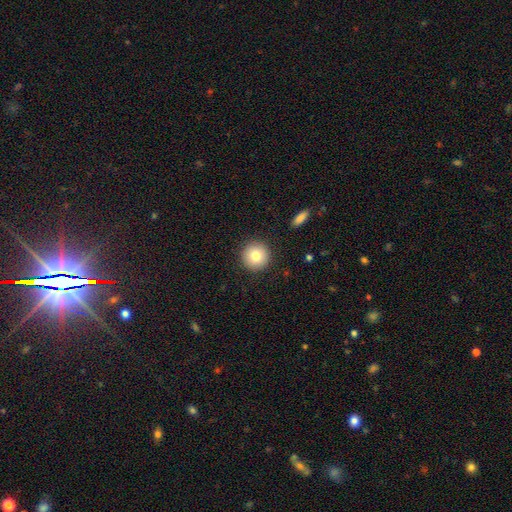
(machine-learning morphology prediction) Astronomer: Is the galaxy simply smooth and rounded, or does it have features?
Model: smooth — 81%.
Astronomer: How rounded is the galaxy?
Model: round — 95%.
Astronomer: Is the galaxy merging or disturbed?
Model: none — 91%.